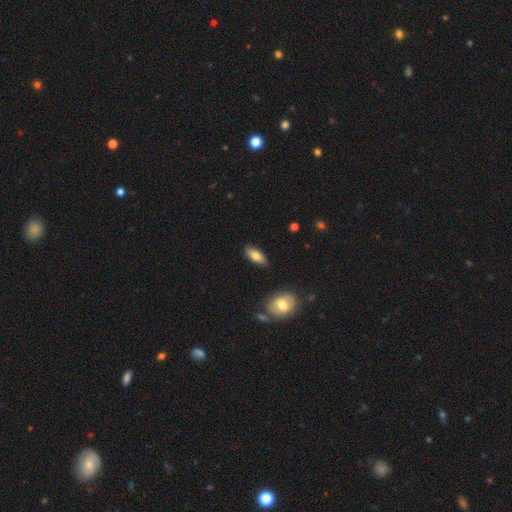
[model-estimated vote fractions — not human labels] A smooth galaxy with no disk features (74%) that is in between round and cigar-shaped (76%).

Vote fractions:
- Smooth or featured? smooth: 74% / featured or disk: 19% / star or artifact: 7%
- How rounded? in between: 76% / cigar-shaped: 21% / round: 3%
- Merging? none: 85% / minor disturbance: 10% / major disturbance: 2% / merger: 2%